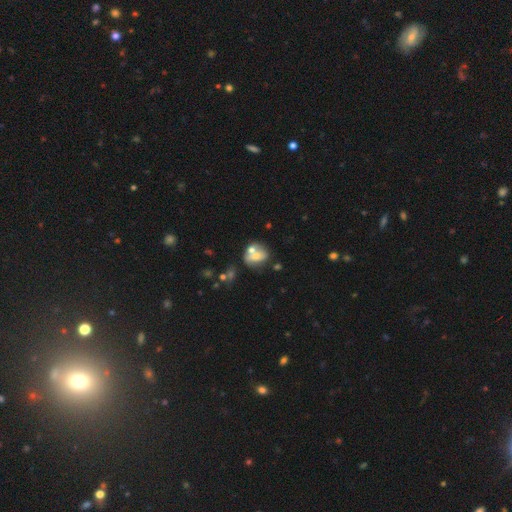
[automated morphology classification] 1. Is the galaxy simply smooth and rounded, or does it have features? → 56% smooth, 34% featured or disk, 11% star or artifact.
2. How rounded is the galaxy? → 52% in between, 46% round, 2% cigar-shaped.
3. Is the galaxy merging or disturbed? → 42% merger, 37% none, 15% minor disturbance, 7% major disturbance.